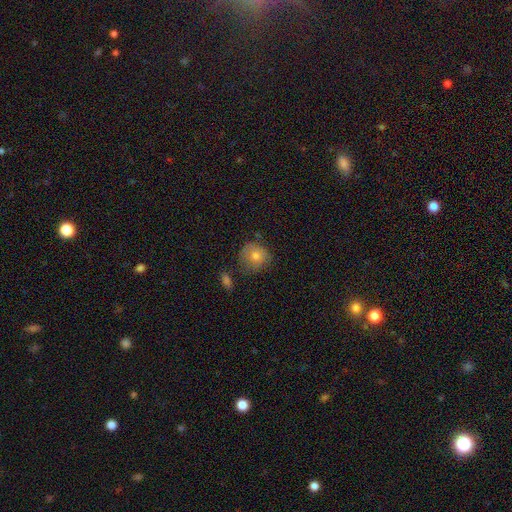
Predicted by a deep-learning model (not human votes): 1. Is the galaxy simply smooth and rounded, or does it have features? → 73% smooth, 17% featured or disk, 10% star or artifact.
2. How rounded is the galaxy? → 86% round, 13% in between, 1% cigar-shaped.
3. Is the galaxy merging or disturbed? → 65% none, 24% minor disturbance, 7% major disturbance, 5% merger.